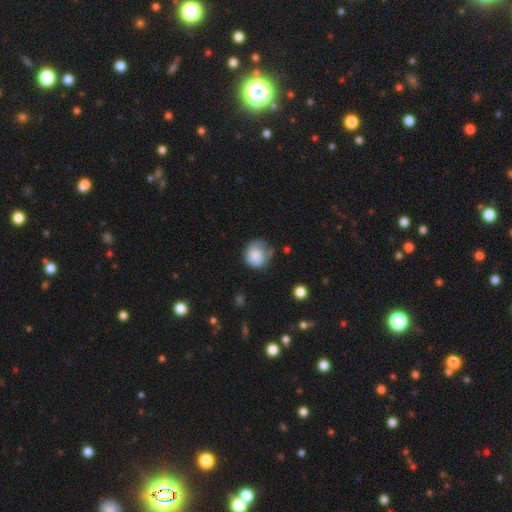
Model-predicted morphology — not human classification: Smooth or featured?
  - smooth: 73% *
  - featured or disk: 19%
  - star or artifact: 7%
How rounded?
  - round: 76% *
  - in between: 23%
  - cigar-shaped: 1%
Merging?
  - none: 40% *
  - minor disturbance: 35%
  - major disturbance: 22%
  - merger: 3%